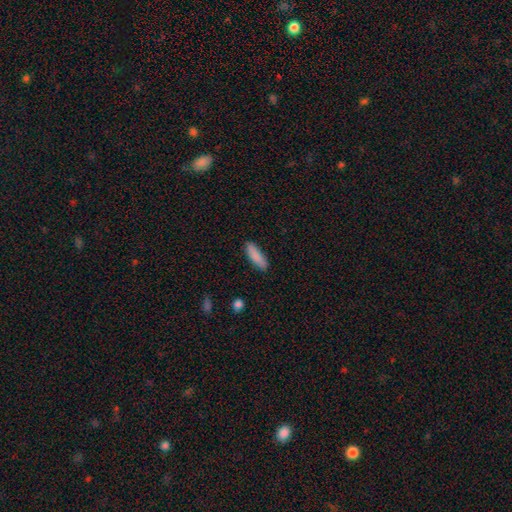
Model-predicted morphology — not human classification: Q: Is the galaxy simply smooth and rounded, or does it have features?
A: smooth — 87%.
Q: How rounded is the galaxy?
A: cigar-shaped — 50%.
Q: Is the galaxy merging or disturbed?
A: none — 86%.